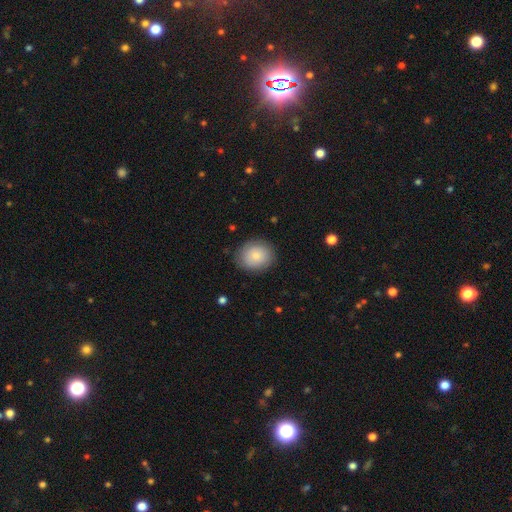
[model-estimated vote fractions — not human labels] Smooth or featured? smooth (82%)
How rounded? round (70%)
Merging? none (84%)